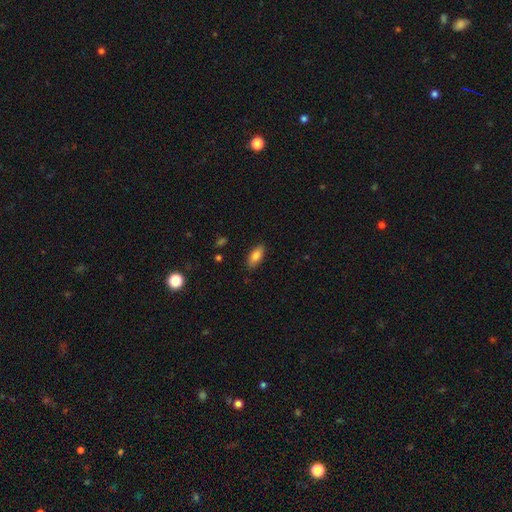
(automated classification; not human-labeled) A smooth galaxy with no disk features (84%) that is in between round and cigar-shaped (85%).

Vote fractions:
- Smooth or featured? smooth: 84% / featured or disk: 9% / star or artifact: 7%
- How rounded? in between: 85% / cigar-shaped: 12% / round: 2%
- Merging? none: 86% / minor disturbance: 11% / major disturbance: 2% / merger: 1%